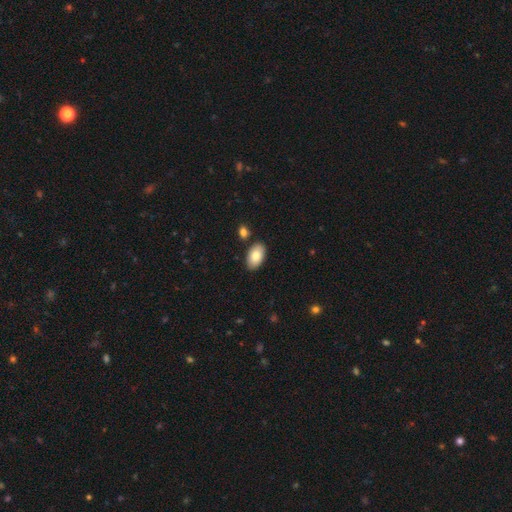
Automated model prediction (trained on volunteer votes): Smooth or featured? Predicted: smooth (p=0.83). How rounded? Predicted: in between (p=0.95). Merging? Predicted: none (p=0.85).